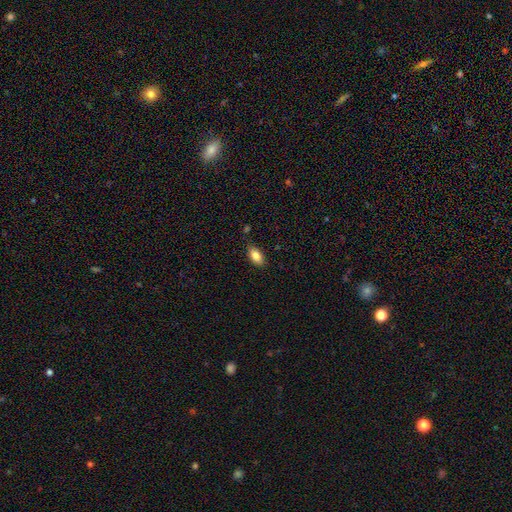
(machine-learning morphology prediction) A smooth galaxy with no disk features (84%) that is in between round and cigar-shaped (90%). Merging: none (82%).